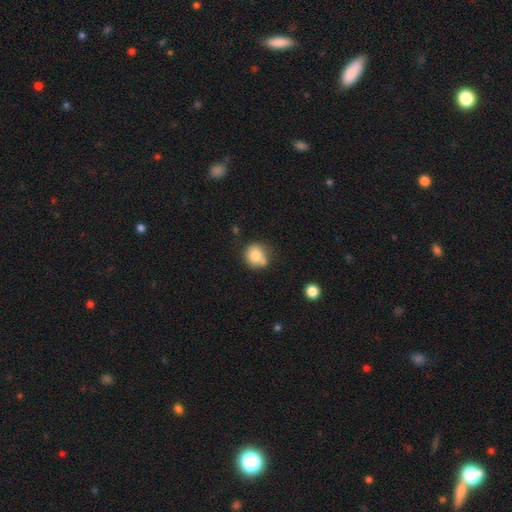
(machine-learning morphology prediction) smooth_or_featured: smooth (p=0.79) [alt: featured or disk p=0.11]
how_rounded: round (p=0.82) [alt: in between p=0.17]
merging: none (p=0.56) [alt: minor disturbance p=0.20]